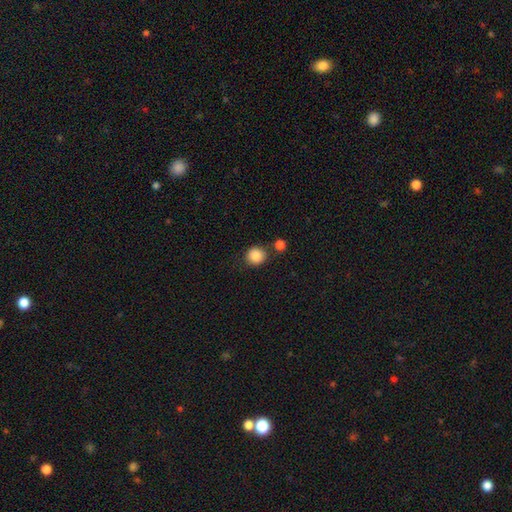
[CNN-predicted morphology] smooth 86%, star or artifact 9%, featured or disk 4%. Down the decision tree: how rounded — round (88%); merging — none (79%).